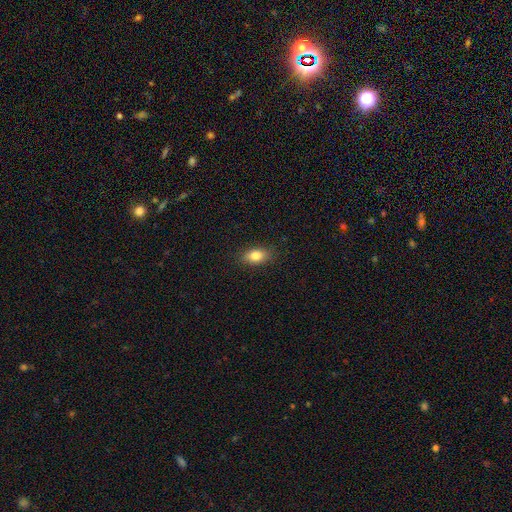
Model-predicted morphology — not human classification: The model was most divided on "smooth or featured": smooth: 83%, featured or disk: 9%, star or artifact: 8%. More confident: merging — none (87%); how rounded — in between (86%).